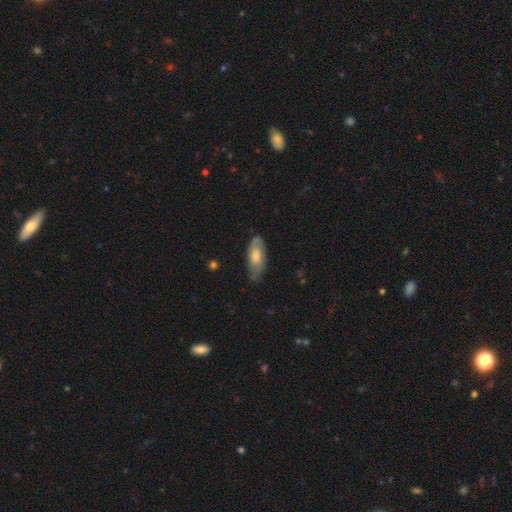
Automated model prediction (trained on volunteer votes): Smooth or featured?
  - smooth: 54% *
  - featured or disk: 39%
  - star or artifact: 7%
How rounded?
  - in between: 78% *
  - cigar-shaped: 20%
  - round: 2%
Merging?
  - none: 70% *
  - minor disturbance: 23%
  - major disturbance: 5%
  - merger: 1%